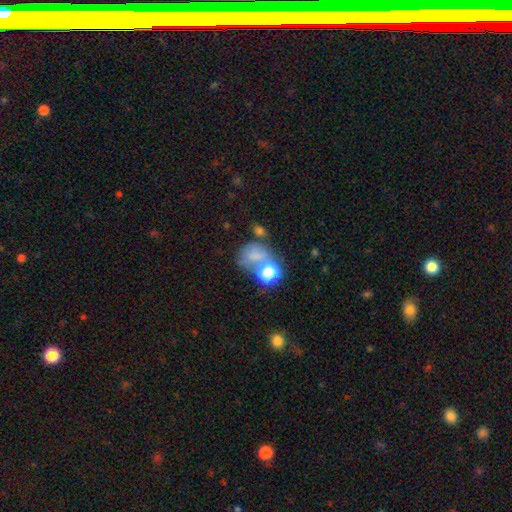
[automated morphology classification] Smooth or featured: smooth — 64% (star or artifact — 20%)
How rounded: in between — 51% (round — 48%)
Merging: none — 34% (merger — 32%)